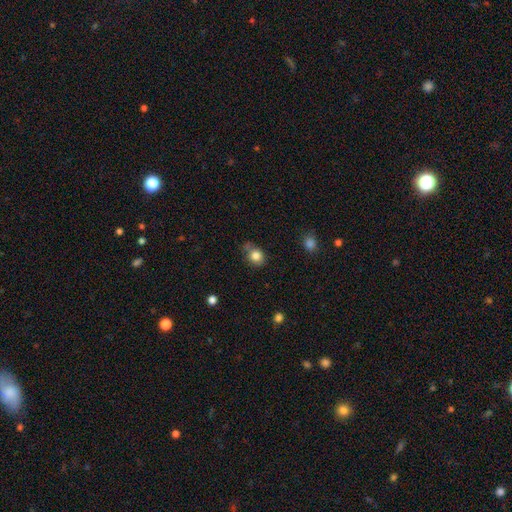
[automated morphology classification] This appears to be a smooth galaxy with no disk features (82%) that is round (62%). Merging: none (56%).